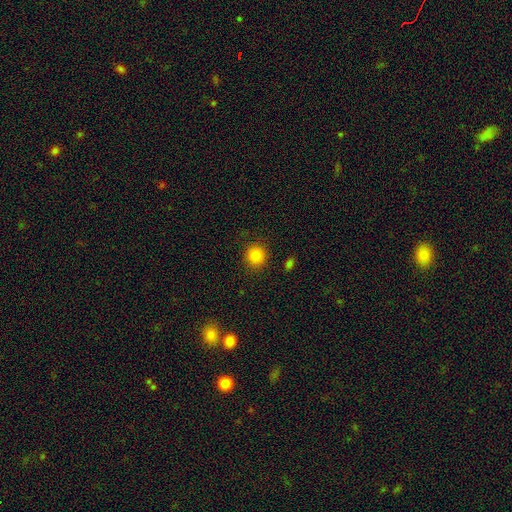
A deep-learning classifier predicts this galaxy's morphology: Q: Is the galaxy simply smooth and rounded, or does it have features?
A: smooth — 84%.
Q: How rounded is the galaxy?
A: round — 89%.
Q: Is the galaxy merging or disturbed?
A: none — 89%.